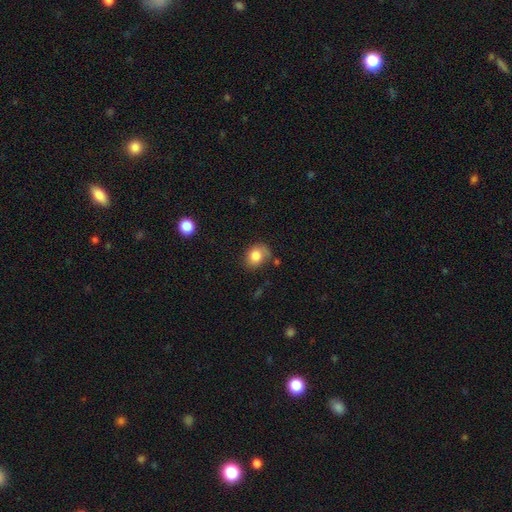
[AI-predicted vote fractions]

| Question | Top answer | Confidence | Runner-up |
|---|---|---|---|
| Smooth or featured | smooth | 82% | featured or disk (9%) |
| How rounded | round | 51% | in between (48%) |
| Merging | none | 65% | minor disturbance (24%) |